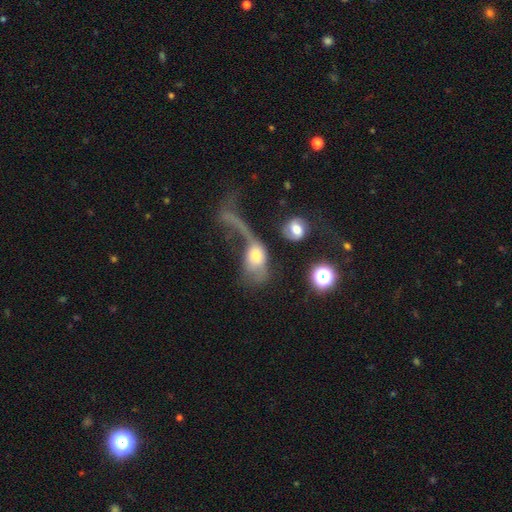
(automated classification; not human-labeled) Smooth or featured: smooth — 49% (featured or disk — 40%)
Merging: major disturbance — 59% (merger — 21%)